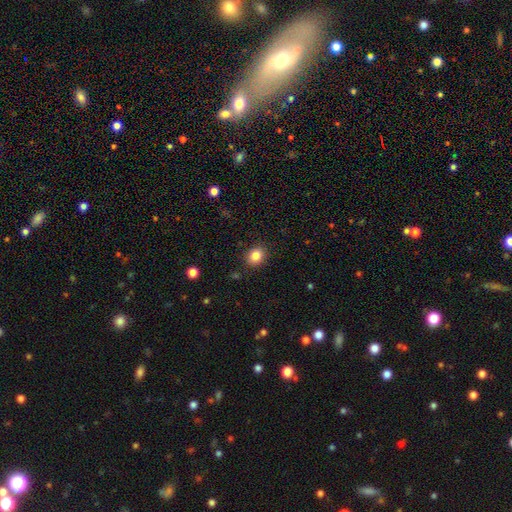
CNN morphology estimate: This appears to be a smooth galaxy with no disk features (84%) that is round (59%). Merging: none (88%).